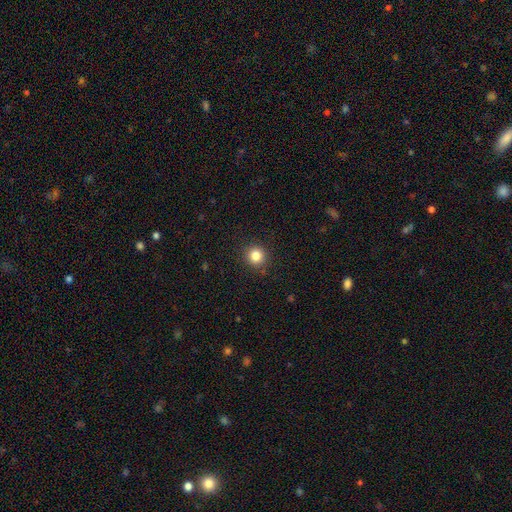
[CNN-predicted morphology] A smooth galaxy with no disk features (83%) that is round (92%).

Vote fractions:
- Smooth or featured? smooth: 83% / star or artifact: 12% / featured or disk: 5%
- How rounded? round: 92% / in between: 7% / cigar-shaped: 1%
- Merging? none: 90% / minor disturbance: 6% / major disturbance: 2% / merger: 1%